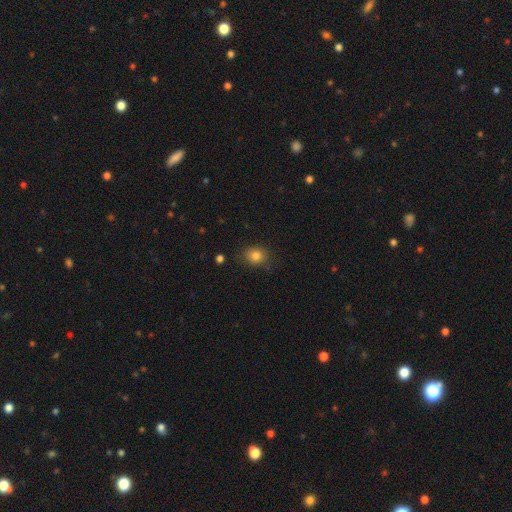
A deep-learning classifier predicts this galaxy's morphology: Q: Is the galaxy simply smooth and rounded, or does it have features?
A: smooth — 81%.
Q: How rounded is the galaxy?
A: round — 69%.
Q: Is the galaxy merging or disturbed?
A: none — 79%.